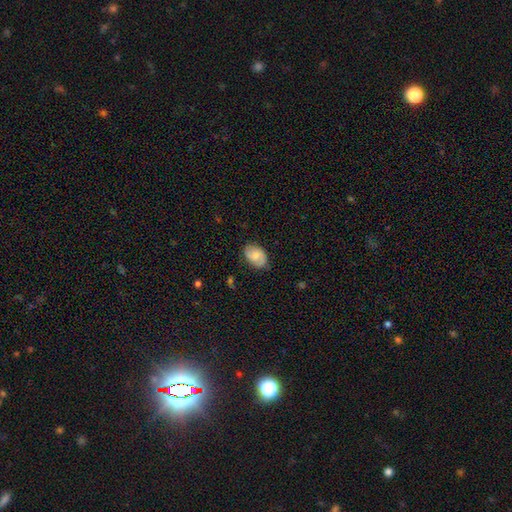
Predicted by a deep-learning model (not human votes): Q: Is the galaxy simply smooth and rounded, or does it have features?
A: smooth — 58%.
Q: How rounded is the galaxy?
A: in between — 82%.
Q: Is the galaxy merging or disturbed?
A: none — 76%.